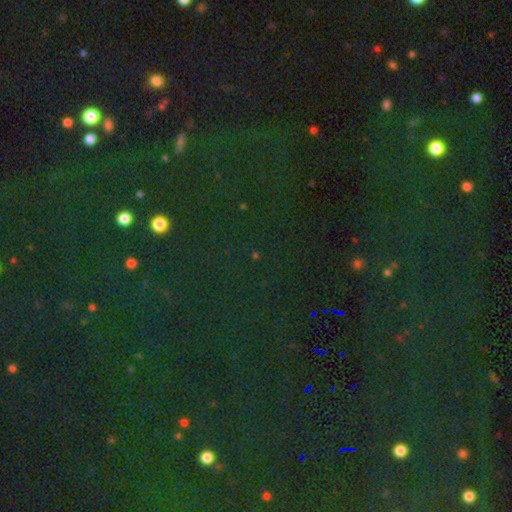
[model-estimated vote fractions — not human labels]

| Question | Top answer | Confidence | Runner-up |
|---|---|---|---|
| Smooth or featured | star or artifact | 75% | smooth (17%) |